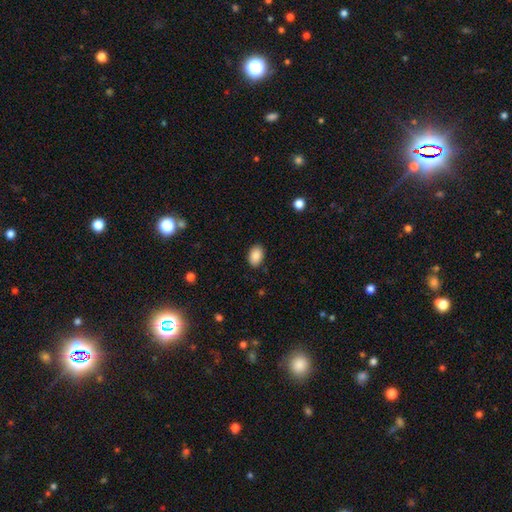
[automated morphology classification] type=smooth (88%); roundness=in between (87%); merging=none (87%).